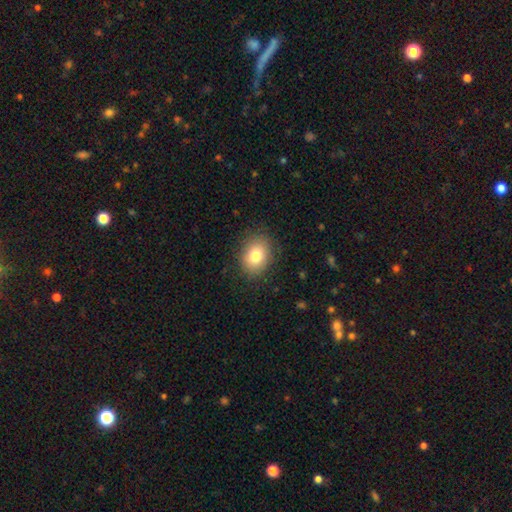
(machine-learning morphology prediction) A smooth galaxy with no disk features (80%) that is in between round and cigar-shaped (55%). Merging: none (86%).